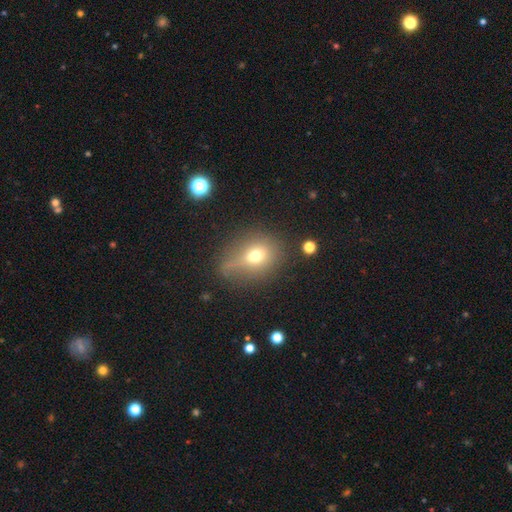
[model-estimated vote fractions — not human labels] Smooth or featured: smooth — 62% (featured or disk — 21%)
How rounded: round — 59% (in between — 39%)
Merging: none — 49% (minor disturbance — 22%)